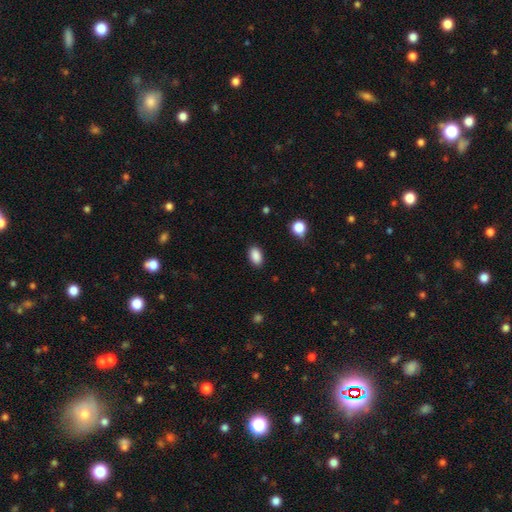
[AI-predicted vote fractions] A smooth galaxy with no disk features (88%) that is in between round and cigar-shaped (89%). Merging: none (87%).